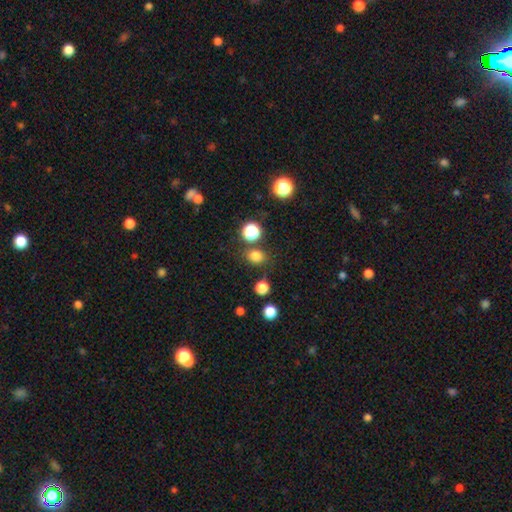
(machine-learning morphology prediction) smooth-or-featured: smooth: 79% | star or artifact: 16% | featured or disk: 5%
  how-rounded: round: 66% | in between: 33% | cigar-shaped: 1%
  merging: none: 77% | minor disturbance: 11% | merger: 8% | major disturbance: 4%